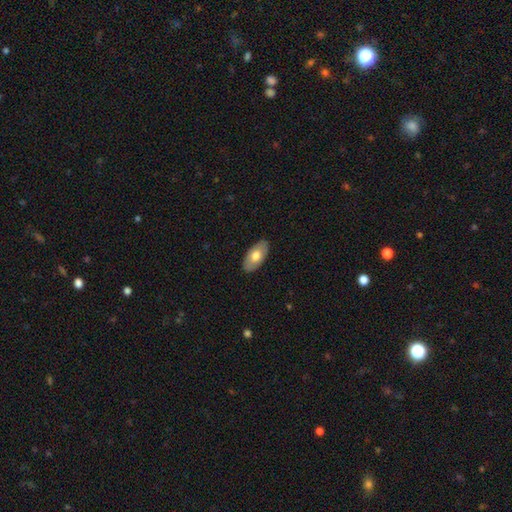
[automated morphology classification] Smooth or featured? Predicted: smooth (p=0.66). How rounded? Predicted: in between (p=0.95). Merging? Predicted: none (p=0.86).